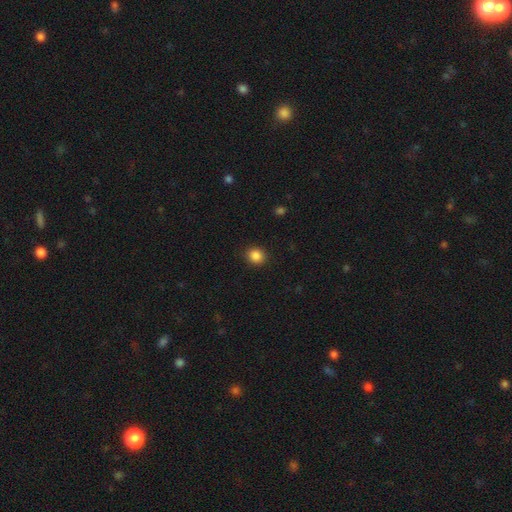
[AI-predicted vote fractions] smooth 87%, star or artifact 10%, featured or disk 3%. Down the decision tree: how rounded — round (80%); merging — none (91%).